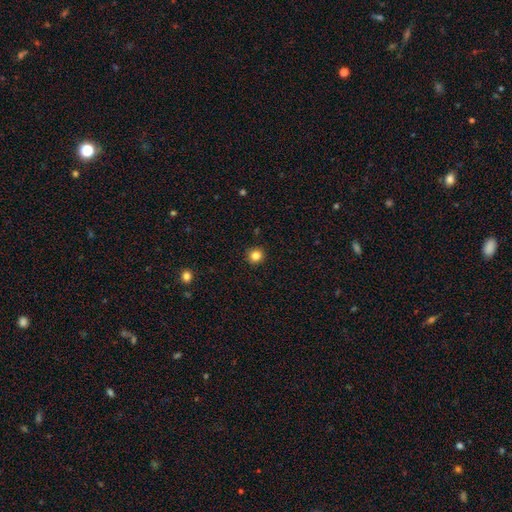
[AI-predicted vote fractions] smooth 83%, star or artifact 12%, featured or disk 5%. Down the decision tree: how rounded — round (94%); merging — none (92%).